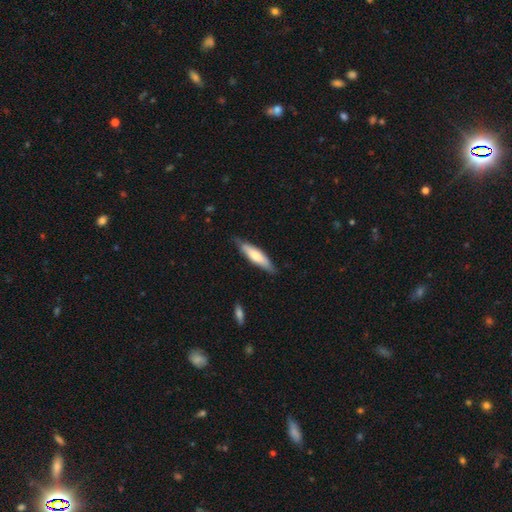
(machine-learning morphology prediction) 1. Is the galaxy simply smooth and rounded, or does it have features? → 63% smooth, 32% featured or disk, 5% star or artifact.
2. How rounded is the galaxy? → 70% cigar-shaped, 28% in between, 1% round.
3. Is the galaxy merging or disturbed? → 78% none, 18% minor disturbance, 3% major disturbance, 1% merger.